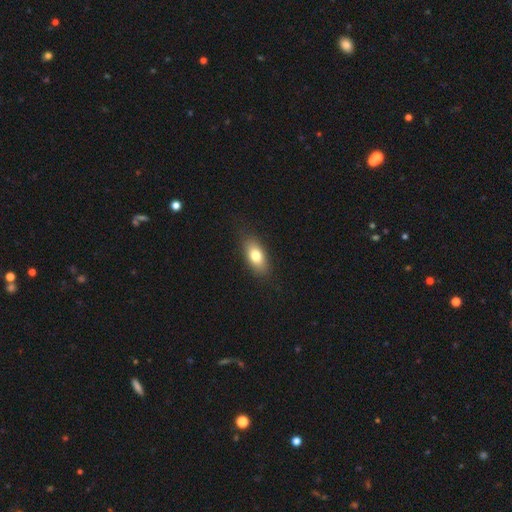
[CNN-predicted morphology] A smooth galaxy with no disk features (77%) that is in between round and cigar-shaped (86%).

Vote fractions:
- Smooth or featured? smooth: 77% / featured or disk: 16% / star or artifact: 8%
- How rounded? in between: 86% / cigar-shaped: 8% / round: 7%
- Merging? none: 85% / minor disturbance: 11% / major disturbance: 3% / merger: 1%